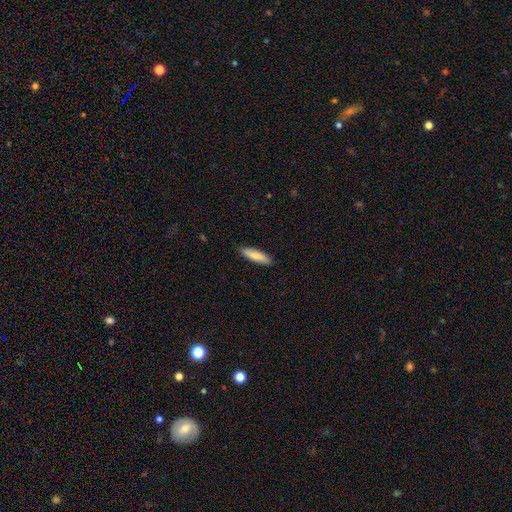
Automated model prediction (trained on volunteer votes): Q: Smooth or featured?
A: smooth (80%); runner-up: featured or disk (15%)
Q: How rounded?
A: cigar-shaped (69%); runner-up: in between (29%)
Q: Merging?
A: none (87%); runner-up: minor disturbance (10%)